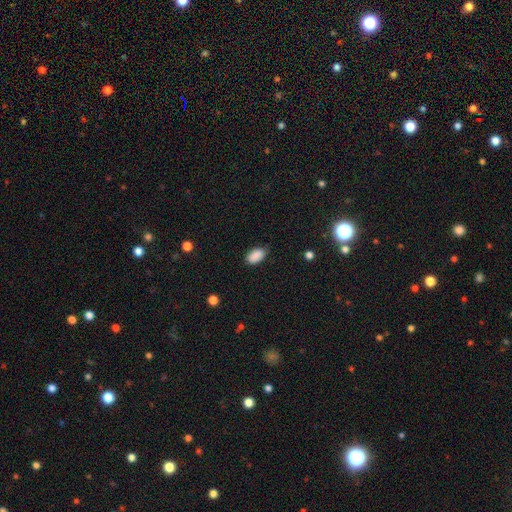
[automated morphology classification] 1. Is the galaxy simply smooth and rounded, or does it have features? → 88% smooth, 8% star or artifact, 4% featured or disk.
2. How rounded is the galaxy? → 93% in between, 5% round, 2% cigar-shaped.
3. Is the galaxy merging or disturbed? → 72% none, 23% minor disturbance, 4% major disturbance, 1% merger.